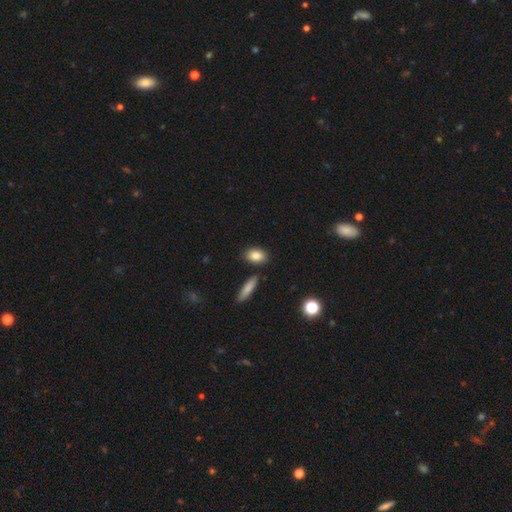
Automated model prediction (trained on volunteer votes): Smooth or featured? Predicted: smooth (p=0.85). How rounded? Predicted: in between (p=0.81). Merging? Predicted: none (p=0.84).